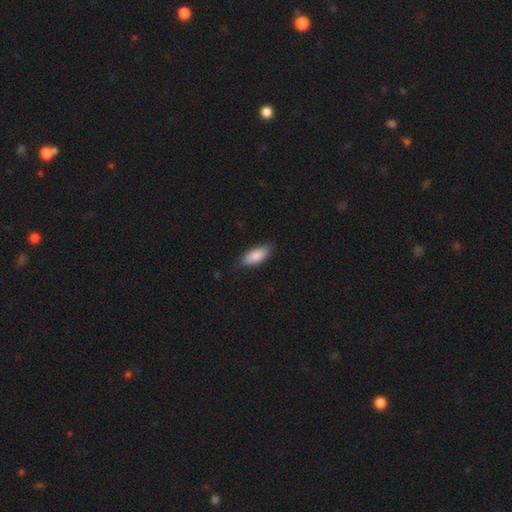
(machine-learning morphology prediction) A smooth galaxy with no disk features (87%) that is in between round and cigar-shaped (78%).

Vote fractions:
- Smooth or featured? smooth: 87% / featured or disk: 7% / star or artifact: 6%
- How rounded? in between: 78% / cigar-shaped: 21% / round: 2%
- Merging? none: 83% / minor disturbance: 14% / major disturbance: 2% / merger: 1%